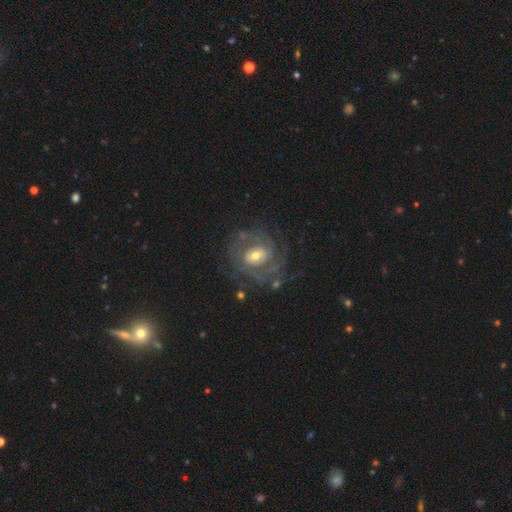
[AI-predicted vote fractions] Morphology: type=featured or disk (84%); edge-on=no (97%); bar=no (60%); spiral arms=yes (88%); winding=tight (59%); arm count=can't tell (36%); bulge=moderate (62%); merging=none (66%).